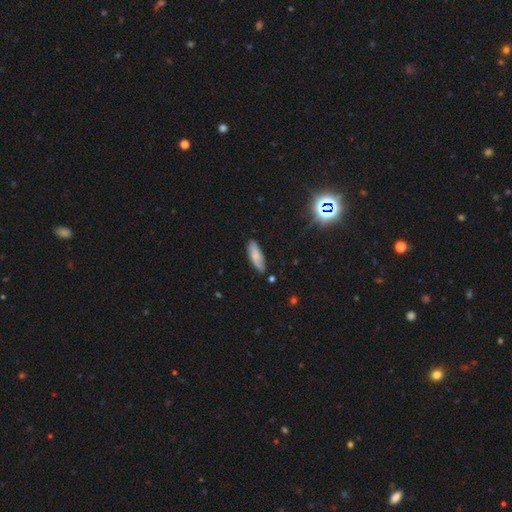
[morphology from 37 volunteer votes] smooth 73%, featured or disk 22%, star or artifact 5%. Down the decision tree: how rounded — in between (63%); merging — none (63%).